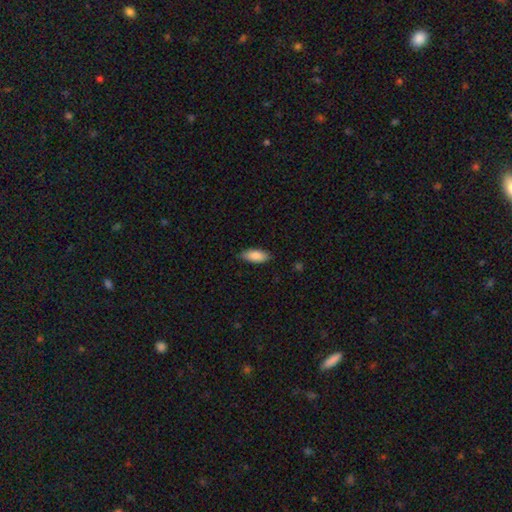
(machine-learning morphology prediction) type=smooth (88%); roundness=in between (84%); merging=none (86%).